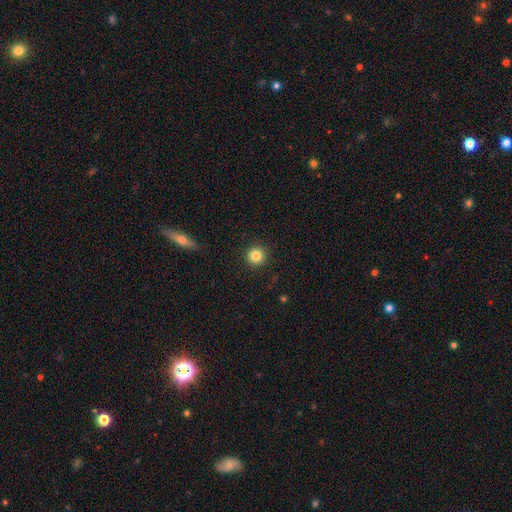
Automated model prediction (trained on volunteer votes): Morphology: type=smooth (84%); roundness=round (95%); merging=none (92%).